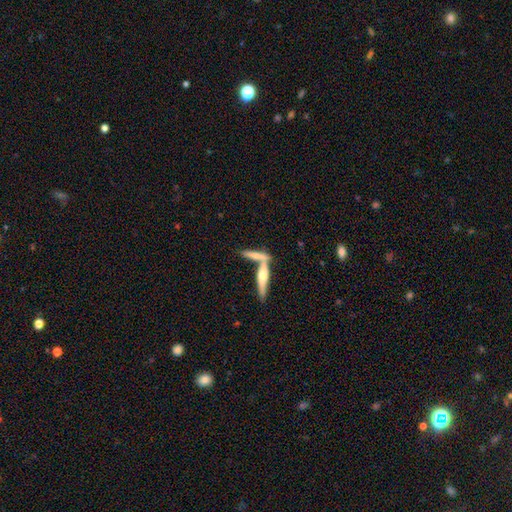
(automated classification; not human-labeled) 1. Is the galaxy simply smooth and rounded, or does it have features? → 49% featured or disk, 45% smooth, 7% star or artifact.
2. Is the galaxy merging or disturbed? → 46% none, 42% merger, 9% minor disturbance, 3% major disturbance.